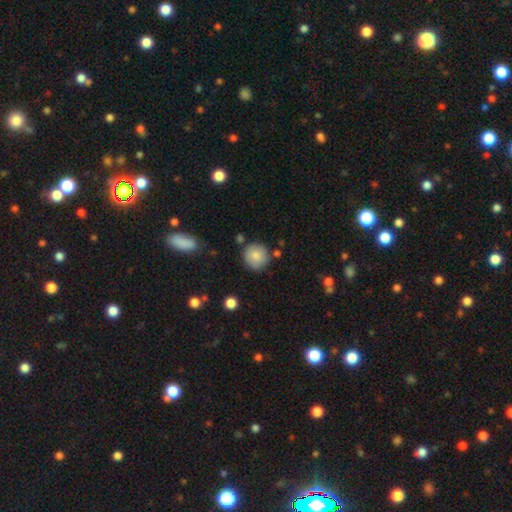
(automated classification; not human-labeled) This is clearly a smooth galaxy (83%). How rounded: clearly round (93%). Merging: likely none (80%).